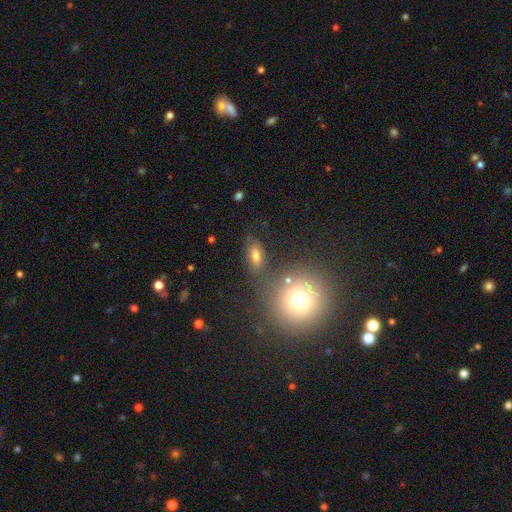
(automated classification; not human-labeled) Smooth or featured: smooth — 67% (star or artifact — 17%)
How rounded: in between — 81% (round — 11%)
Merging: none — 70% (minor disturbance — 15%)